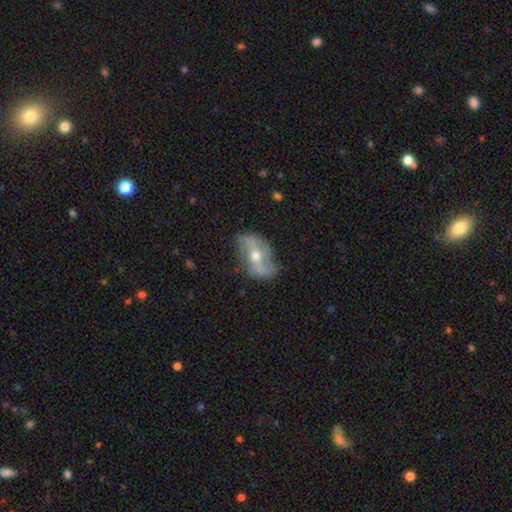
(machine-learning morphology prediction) This appears to be a featured or disk galaxy (70%) with no bar (42%), spiral arms (72%) and a moderate central bulge (69%). Merging: none (66%).